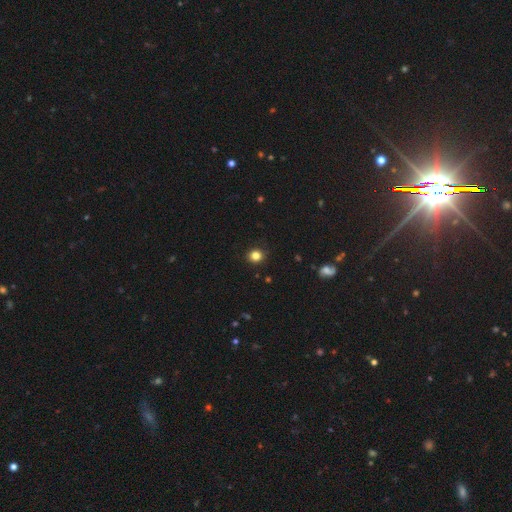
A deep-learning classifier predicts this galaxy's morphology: smooth_or_featured: smooth (p=0.84) [alt: star or artifact p=0.12]
how_rounded: round (p=0.87) [alt: in between p=0.12]
merging: none (p=0.90) [alt: minor disturbance p=0.07]